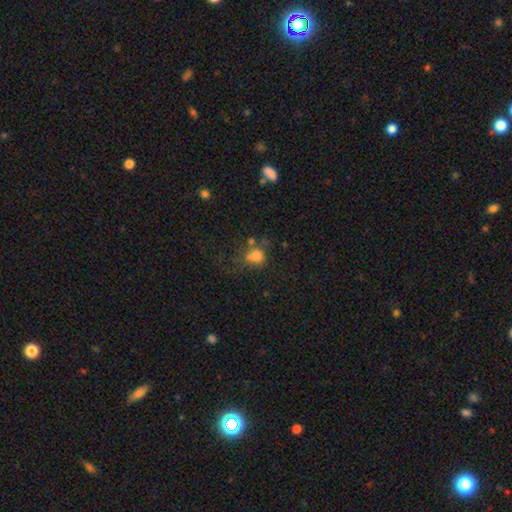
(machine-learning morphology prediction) smooth-or-featured: smooth: 73% | star or artifact: 15% | featured or disk: 12%
  how-rounded: round: 69% | in between: 30% | cigar-shaped: 1%
  merging: none: 43% | minor disturbance: 20% | merger: 20% | major disturbance: 17%